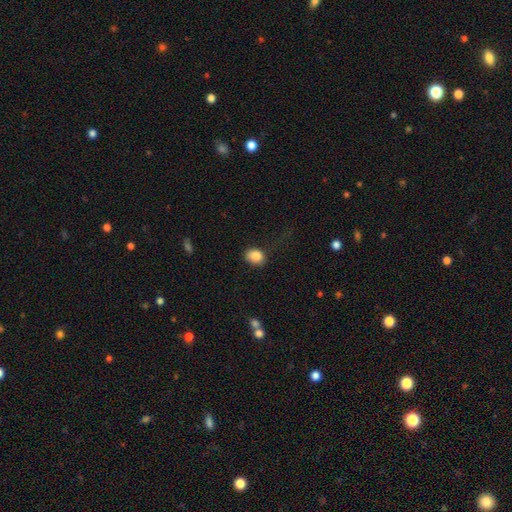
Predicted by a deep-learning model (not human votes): Smooth or featured? smooth (85%)
How rounded? in between (54%)
Merging? none (73%)